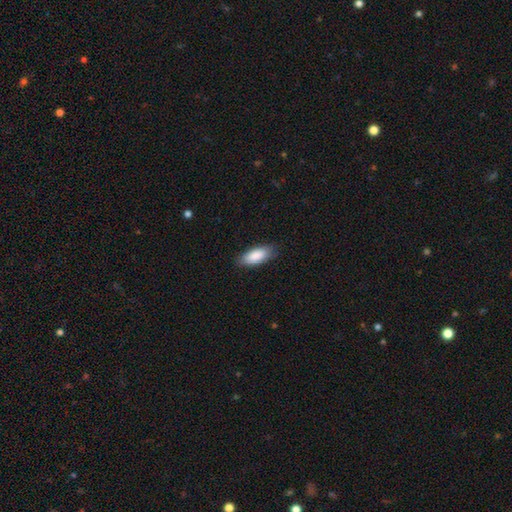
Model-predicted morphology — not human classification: The model was most divided on "how rounded": in between: 82%, cigar-shaped: 17%, round: 2%. More confident: smooth or featured — smooth (87%); merging — none (83%).